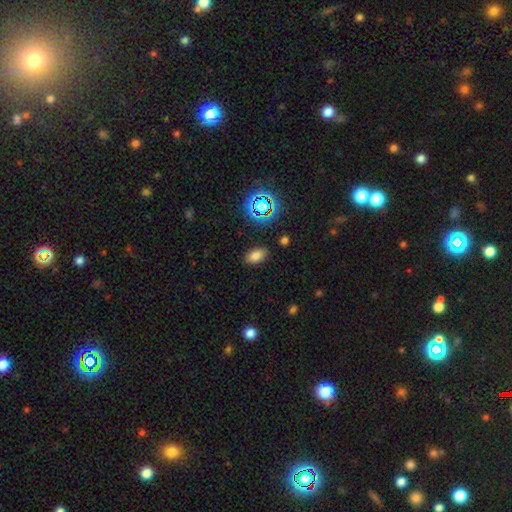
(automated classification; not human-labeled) smooth-or-featured: smooth: 74% | star or artifact: 18% | featured or disk: 8%
  how-rounded: in between: 89% | round: 9% | cigar-shaped: 2%
  merging: none: 86% | minor disturbance: 10% | major disturbance: 3% | merger: 2%